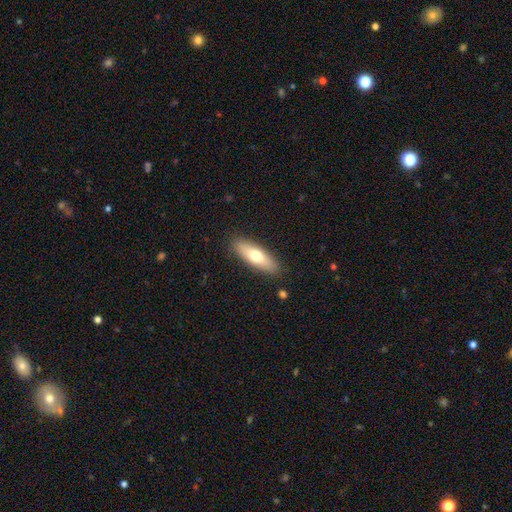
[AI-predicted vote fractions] A smooth galaxy with no disk features (66%) that is in between round and cigar-shaped (52%).

Vote fractions:
- Smooth or featured? smooth: 66% / featured or disk: 28% / star or artifact: 6%
- How rounded? in between: 52% / cigar-shaped: 46% / round: 2%
- Merging? none: 88% / minor disturbance: 9% / major disturbance: 2% / merger: 1%